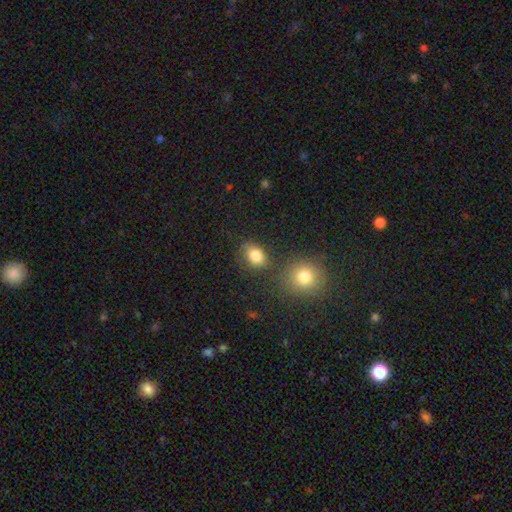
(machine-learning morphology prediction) Smooth or featured? smooth (83%)
How rounded? in between (63%)
Merging? none (72%)